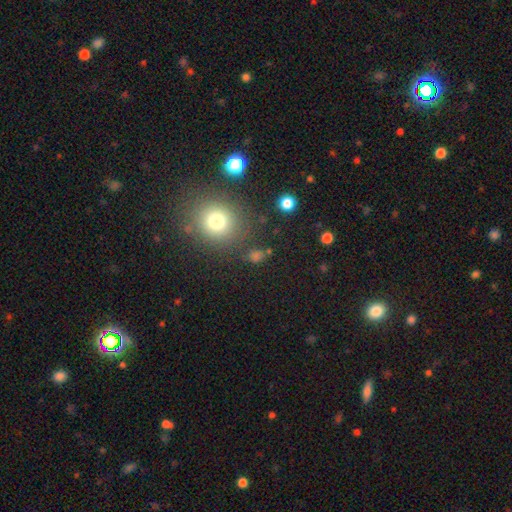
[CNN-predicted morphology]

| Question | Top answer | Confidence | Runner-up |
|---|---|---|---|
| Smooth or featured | smooth | 65% | star or artifact (27%) |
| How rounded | round | 71% | in between (26%) |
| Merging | none | 77% | minor disturbance (11%) |